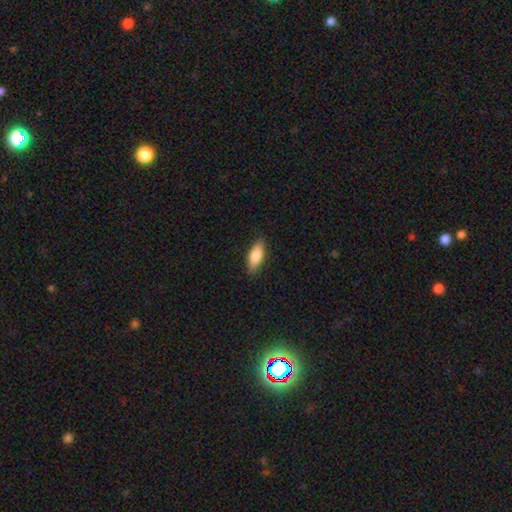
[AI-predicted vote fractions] This is clearly a smooth galaxy (84%). How rounded: likely in between (76%). Merging: clearly none (86%).